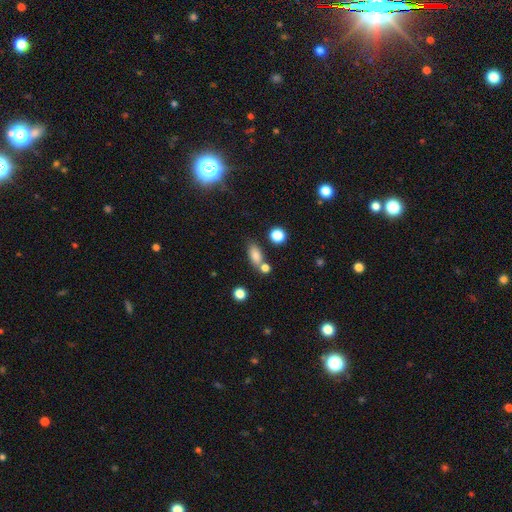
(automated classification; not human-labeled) Smooth or featured? smooth (79%)
How rounded? in between (78%)
Merging? none (62%)